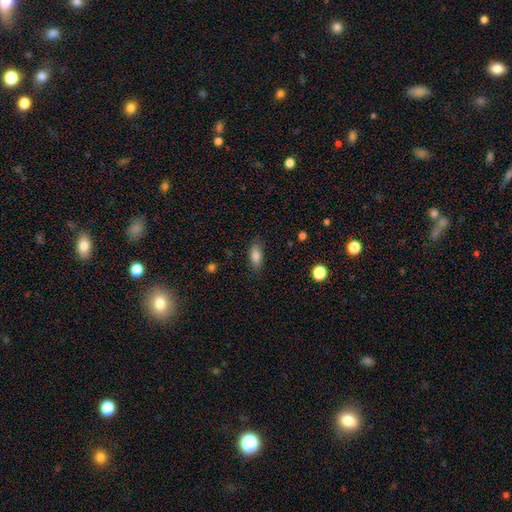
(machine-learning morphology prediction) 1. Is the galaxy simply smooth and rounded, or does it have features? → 84% smooth, 8% featured or disk, 8% star or artifact.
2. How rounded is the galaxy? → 82% in between, 14% cigar-shaped, 4% round.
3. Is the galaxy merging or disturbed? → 84% none, 12% minor disturbance, 3% major disturbance, 1% merger.